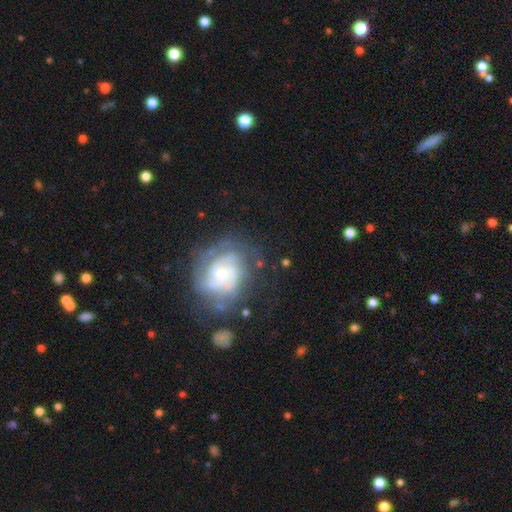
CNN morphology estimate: The model was most divided on "smooth or featured": featured or disk: 43%, smooth: 30%, star or artifact: 26%. More confident: merging — none (74%).